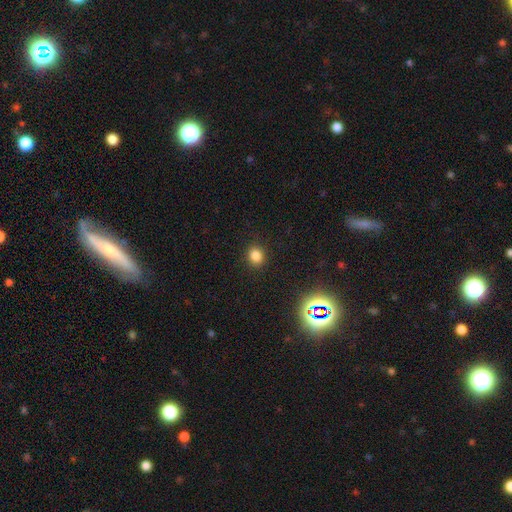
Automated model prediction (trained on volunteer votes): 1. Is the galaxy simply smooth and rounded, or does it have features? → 82% smooth, 14% star or artifact, 4% featured or disk.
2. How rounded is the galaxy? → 74% round, 25% in between, 1% cigar-shaped.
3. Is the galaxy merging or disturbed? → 90% none, 7% minor disturbance, 2% major disturbance, 1% merger.